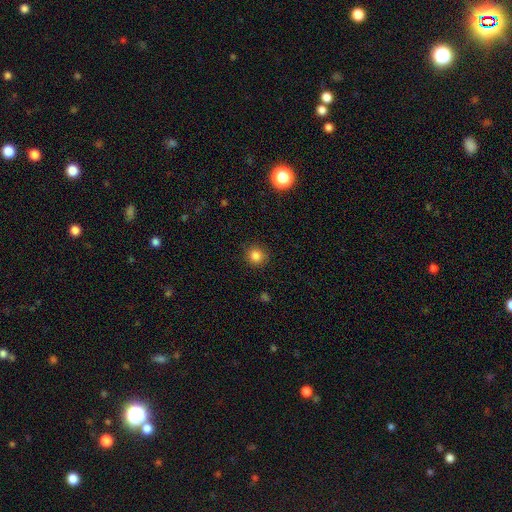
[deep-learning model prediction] smooth 84%, star or artifact 12%, featured or disk 4%. Down the decision tree: how rounded — round (90%); merging — none (89%).